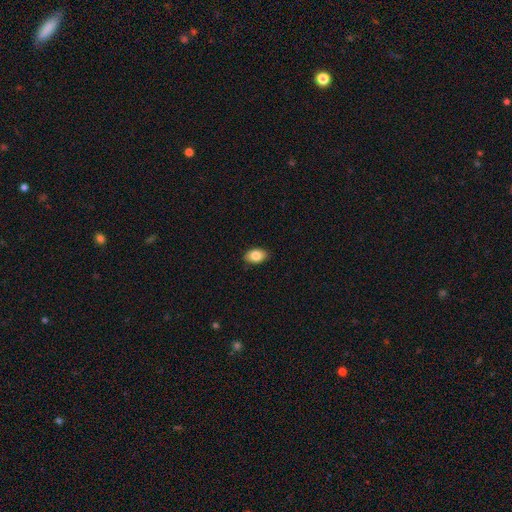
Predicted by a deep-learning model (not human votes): This appears to be a smooth galaxy with no disk features (85%) that is in between round and cigar-shaped (88%). Merging: none (88%).